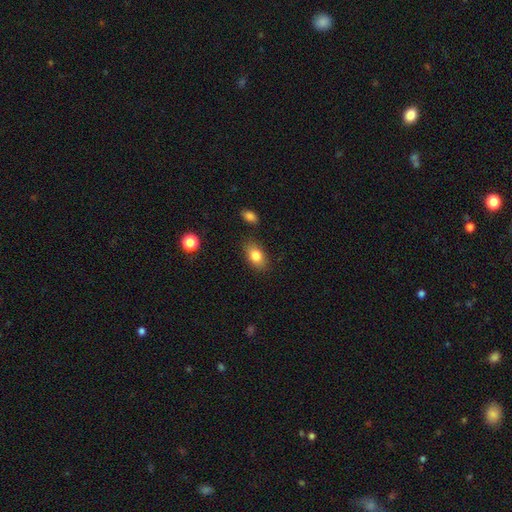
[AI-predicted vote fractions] Q: Smooth or featured?
A: smooth (82%); runner-up: featured or disk (10%)
Q: How rounded?
A: in between (87%); runner-up: round (11%)
Q: Merging?
A: none (83%); runner-up: minor disturbance (12%)